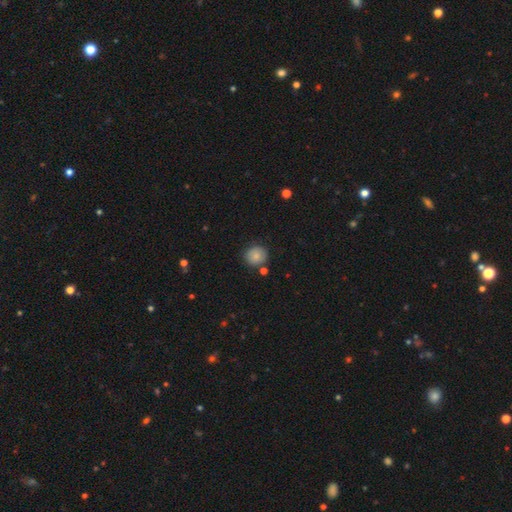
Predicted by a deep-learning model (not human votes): Smooth or featured? Predicted: smooth (p=0.81). How rounded? Predicted: round (p=0.89). Merging? Predicted: none (p=0.81).